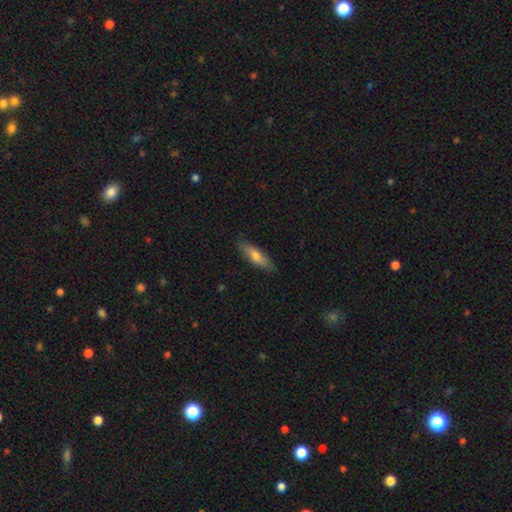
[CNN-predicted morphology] smooth 69%, featured or disk 25%, star or artifact 6%. Down the decision tree: how rounded — cigar-shaped (55%); merging — none (84%).